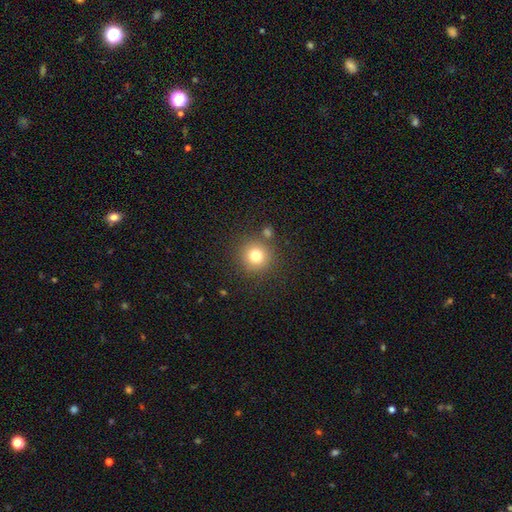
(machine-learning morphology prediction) The model was most divided on "smooth or featured": smooth: 78%, star or artifact: 14%, featured or disk: 8%. More confident: how rounded — round (94%); merging — none (83%).